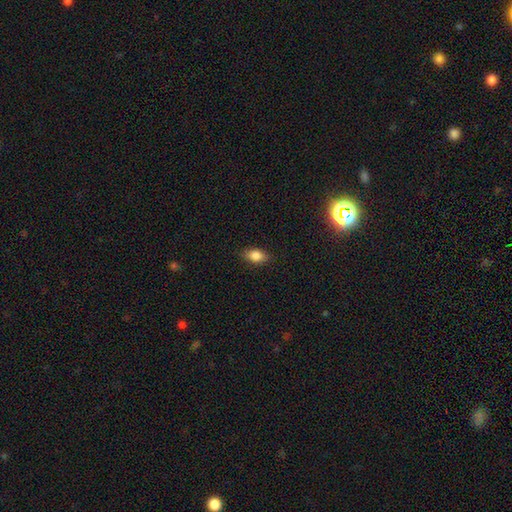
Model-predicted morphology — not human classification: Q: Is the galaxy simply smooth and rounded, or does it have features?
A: smooth — 84%.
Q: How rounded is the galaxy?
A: in between — 84%.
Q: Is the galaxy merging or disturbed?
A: none — 85%.